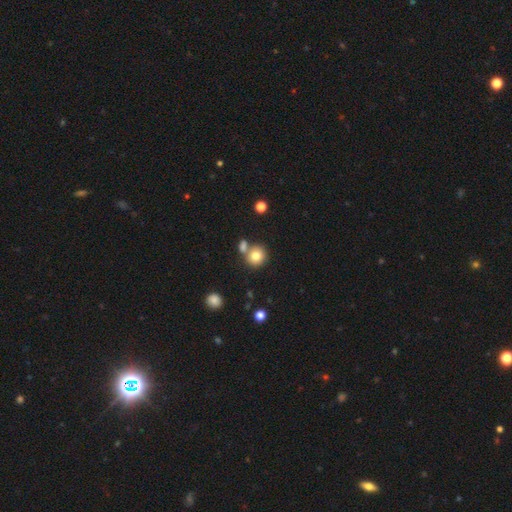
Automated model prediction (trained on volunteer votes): Morphology: type=smooth (79%); roundness=round (87%); merging=none (62%).